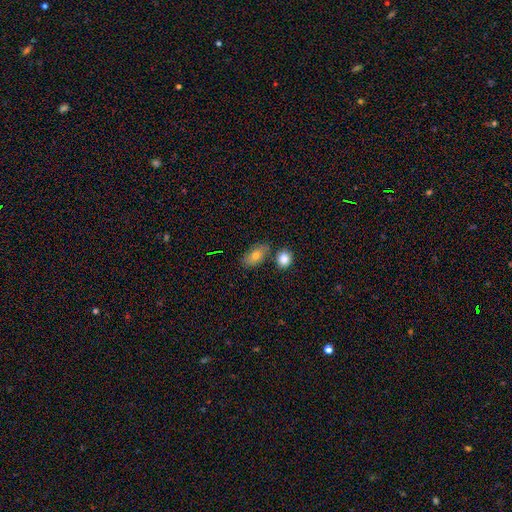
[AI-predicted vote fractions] A smooth galaxy with no disk features (74%) that is in between round and cigar-shaped (86%).

Vote fractions:
- Smooth or featured? smooth: 74% / featured or disk: 16% / star or artifact: 10%
- How rounded? in between: 86% / round: 11% / cigar-shaped: 3%
- Merging? none: 70% / minor disturbance: 14% / merger: 13% / major disturbance: 3%